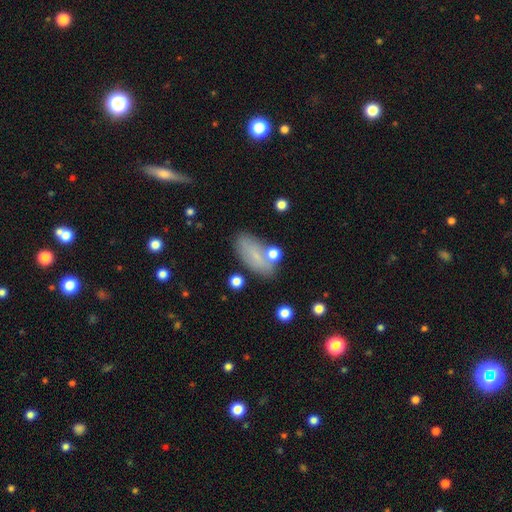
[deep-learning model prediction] Overall: smooth (69%). How rounded: in between (85%). Merging: none (65%).